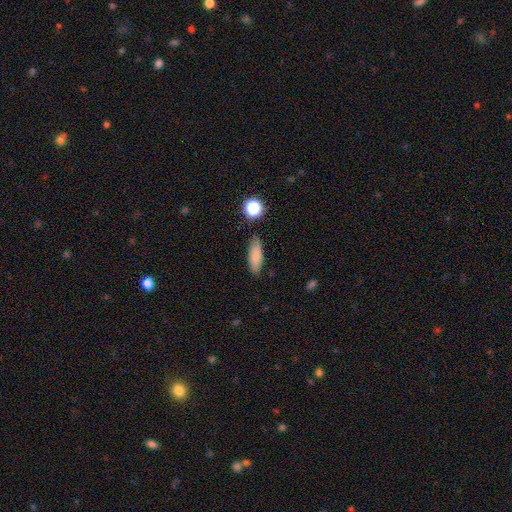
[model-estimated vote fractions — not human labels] smooth-or-featured: smooth: 81% | featured or disk: 10% | star or artifact: 9%
  how-rounded: in between: 60% | cigar-shaped: 37% | round: 3%
  merging: none: 83% | minor disturbance: 11% | major disturbance: 3% | merger: 3%